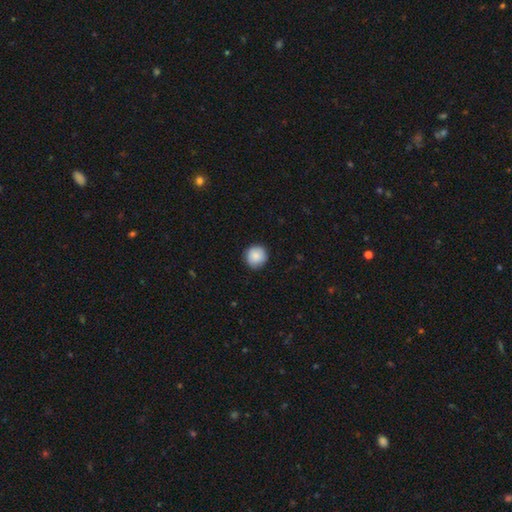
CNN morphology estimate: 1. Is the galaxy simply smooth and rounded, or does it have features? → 87% smooth, 7% star or artifact, 6% featured or disk.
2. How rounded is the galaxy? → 94% round, 5% in between, 1% cigar-shaped.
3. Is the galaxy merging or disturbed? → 88% none, 9% minor disturbance, 2% major disturbance, 1% merger.